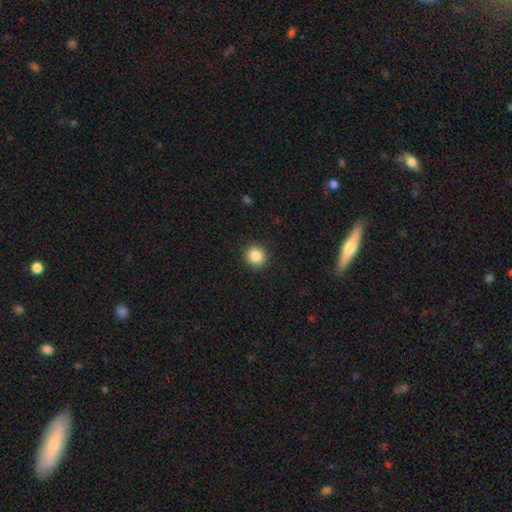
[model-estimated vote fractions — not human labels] Smooth or featured?
  - smooth: 86% *
  - star or artifact: 10%
  - featured or disk: 4%
How rounded?
  - round: 92% *
  - in between: 7%
  - cigar-shaped: 1%
Merging?
  - none: 92% *
  - minor disturbance: 5%
  - major disturbance: 2%
  - merger: 1%